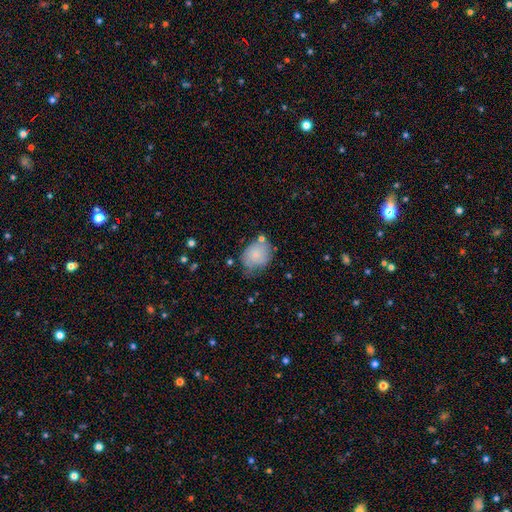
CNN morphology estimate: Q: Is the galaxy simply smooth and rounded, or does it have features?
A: smooth — 73%.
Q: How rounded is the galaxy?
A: round — 53%.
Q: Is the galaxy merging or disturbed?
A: none — 50%.